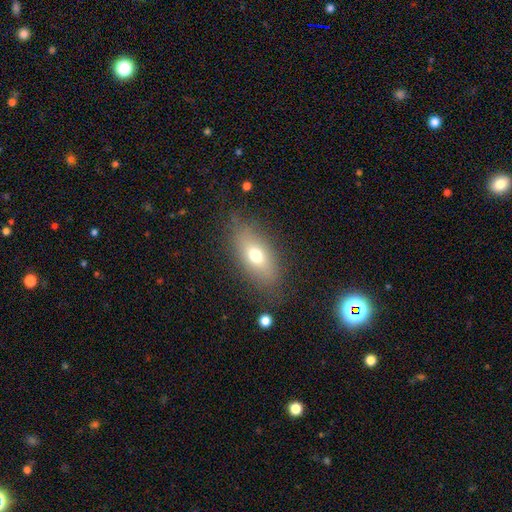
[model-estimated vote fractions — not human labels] The model was most divided on "smooth or featured": smooth: 69%, featured or disk: 21%, star or artifact: 10%. More confident: how rounded — in between (83%); merging — none (78%).